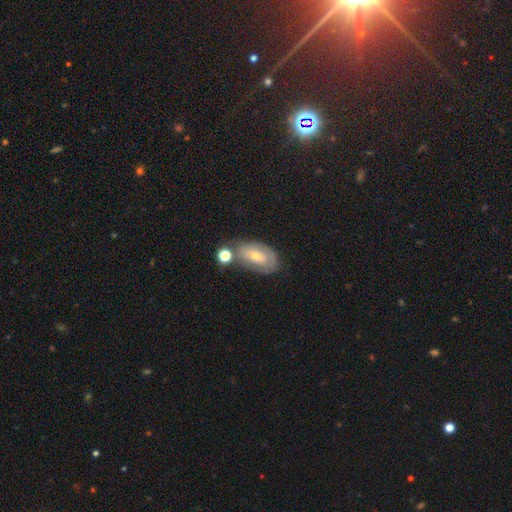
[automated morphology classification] A featured or disk galaxy (49%). Merging: none (57%).